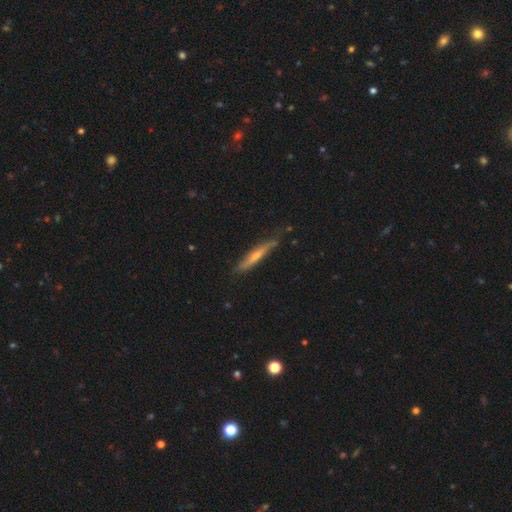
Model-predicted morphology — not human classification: This is possibly a featured or disk galaxy (52%). It is clearly viewed edge-on (92%). Merging: likely none (77%).